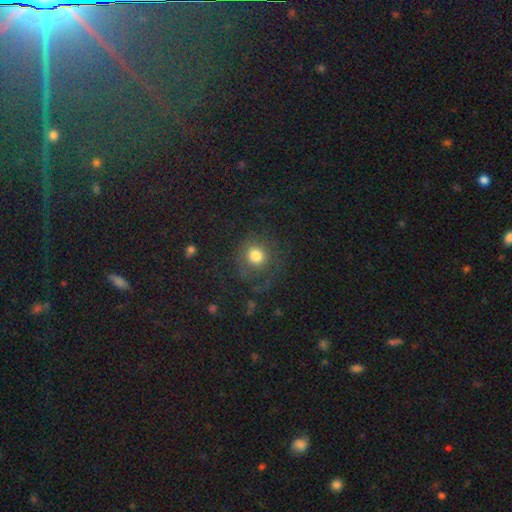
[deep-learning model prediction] This is likely a smooth galaxy (68%). How rounded: clearly round (89%). Merging: likely none (68%).